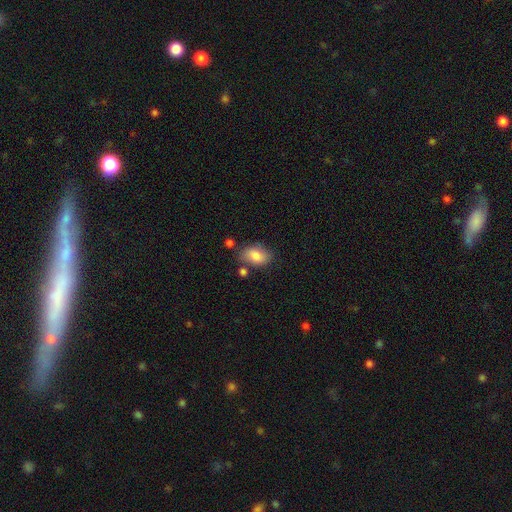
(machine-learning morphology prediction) This is clearly a smooth galaxy (81%). How rounded: clearly in between (87%). Merging: likely none (69%).